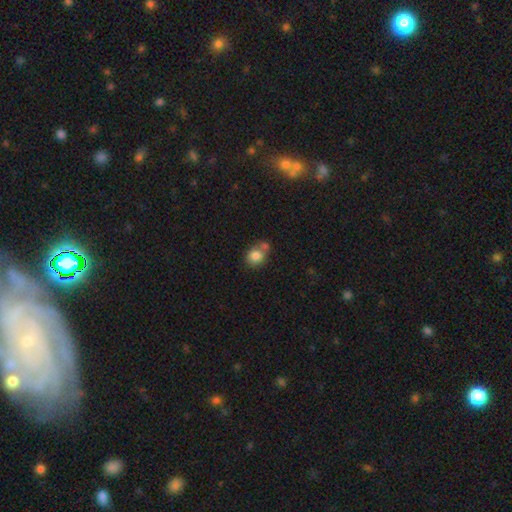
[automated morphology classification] Smooth or featured?
  - smooth: 81% *
  - star or artifact: 10%
  - featured or disk: 9%
How rounded?
  - round: 67% *
  - in between: 32%
  - cigar-shaped: 1%
Merging?
  - none: 43% *
  - merger: 38%
  - minor disturbance: 14%
  - major disturbance: 5%